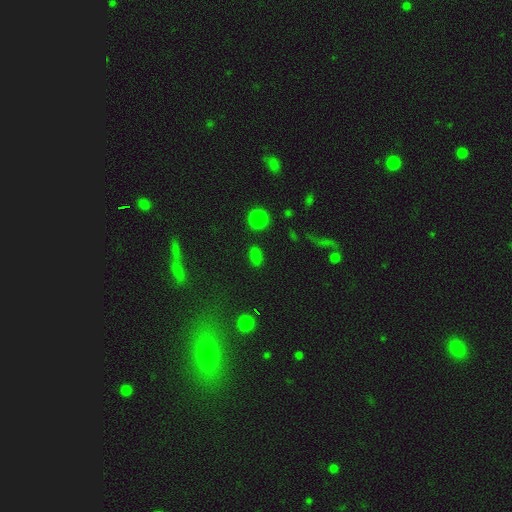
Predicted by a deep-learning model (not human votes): smooth_or_featured: smooth (p=0.72) [alt: star or artifact p=0.22]
how_rounded: in between (p=0.78) [alt: round p=0.17]
merging: none (p=0.82) [alt: minor disturbance p=0.10]